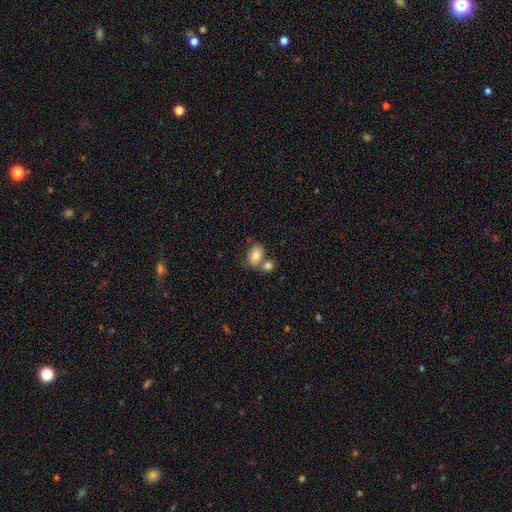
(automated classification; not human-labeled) Q: Smooth or featured?
A: smooth (79%); runner-up: featured or disk (12%)
Q: How rounded?
A: in between (71%); runner-up: round (28%)
Q: Merging?
A: none (49%); runner-up: merger (36%)